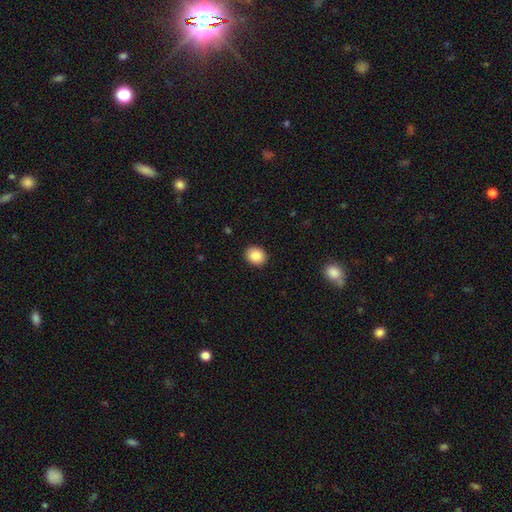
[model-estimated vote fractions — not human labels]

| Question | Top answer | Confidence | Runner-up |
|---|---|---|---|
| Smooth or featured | smooth | 87% | star or artifact (8%) |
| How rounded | round | 59% | in between (40%) |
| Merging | none | 91% | minor disturbance (6%) |